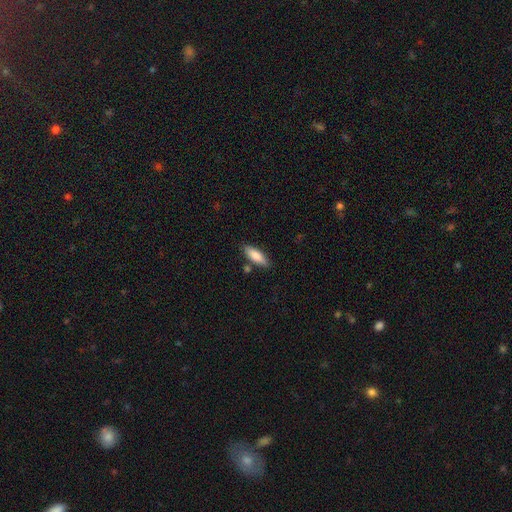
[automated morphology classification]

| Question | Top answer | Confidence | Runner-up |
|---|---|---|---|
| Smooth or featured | smooth | 81% | featured or disk (13%) |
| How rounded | in between | 61% | cigar-shaped (37%) |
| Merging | none | 80% | minor disturbance (12%) |